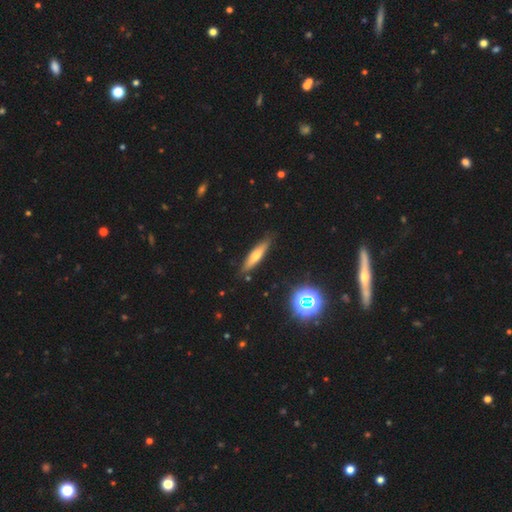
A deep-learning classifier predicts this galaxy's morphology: Overall: smooth (56%; featured or disk 34%). How rounded: cigar-shaped (81%). Merging: none (86%).